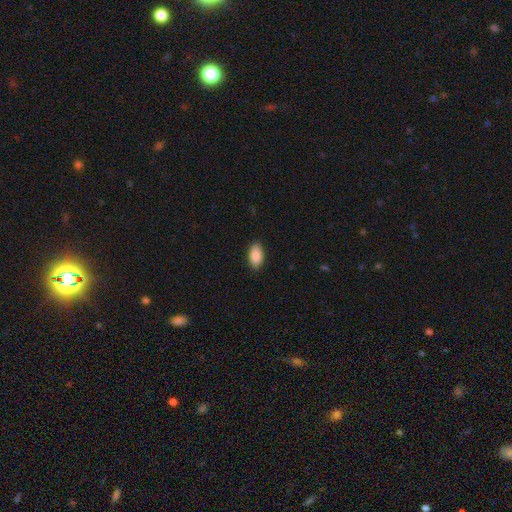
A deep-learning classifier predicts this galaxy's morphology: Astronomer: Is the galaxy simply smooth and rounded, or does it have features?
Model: smooth — 89%.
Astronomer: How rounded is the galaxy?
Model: in between — 94%.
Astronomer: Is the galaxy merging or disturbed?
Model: none — 89%.